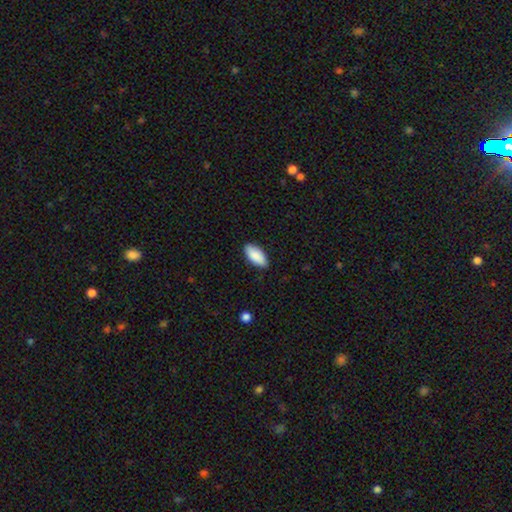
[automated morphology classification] A smooth galaxy with no disk features (89%) that is in between round and cigar-shaped (91%). Merging: none (86%).